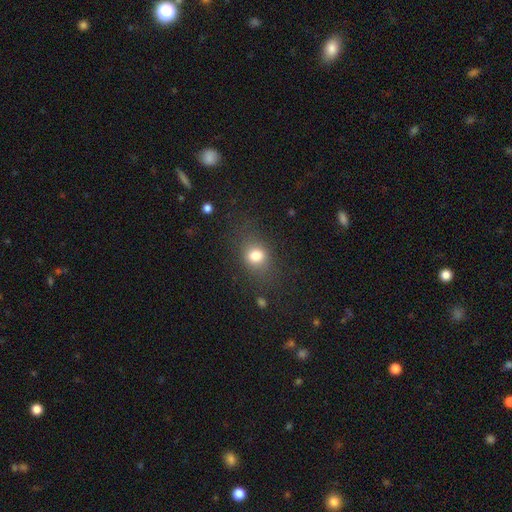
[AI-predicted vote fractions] smooth-or-featured: smooth: 78% | star or artifact: 13% | featured or disk: 9%
  how-rounded: round: 54% | in between: 45% | cigar-shaped: 2%
  merging: none: 72% | minor disturbance: 17% | major disturbance: 9% | merger: 2%